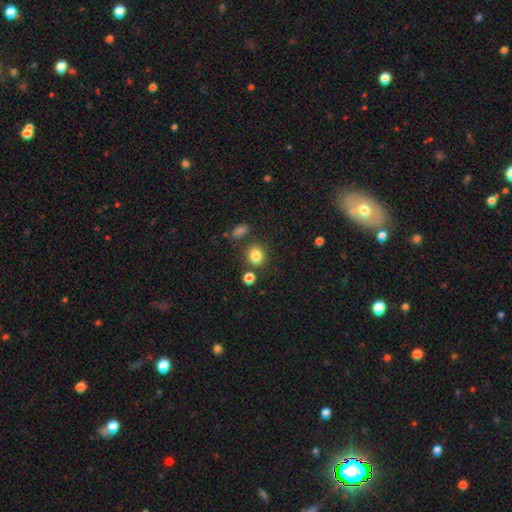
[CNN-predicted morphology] Smooth or featured?
  - smooth: 82% *
  - star or artifact: 12%
  - featured or disk: 6%
How rounded?
  - round: 61% *
  - in between: 37%
  - cigar-shaped: 1%
Merging?
  - none: 75% *
  - minor disturbance: 12%
  - merger: 9%
  - major disturbance: 4%